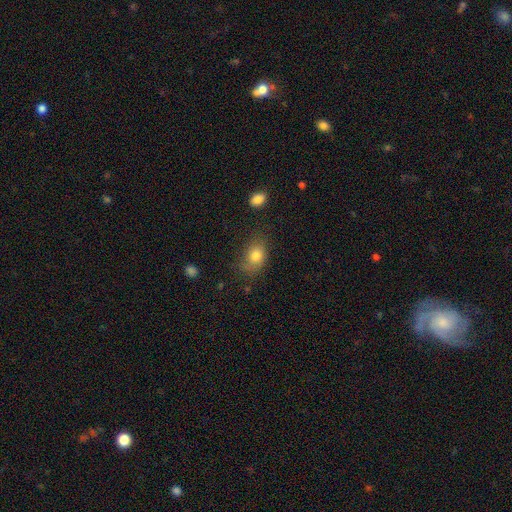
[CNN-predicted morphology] smooth_or_featured: smooth (p=0.80) [alt: featured or disk p=0.11]
how_rounded: in between (p=0.74) [alt: round p=0.24]
merging: none (p=0.64) [alt: minor disturbance p=0.24]